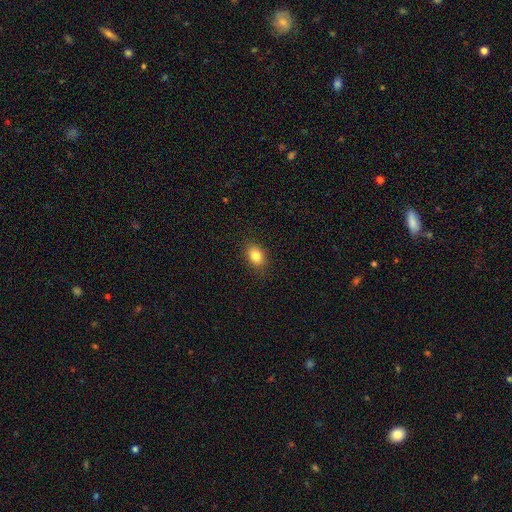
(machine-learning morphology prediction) A smooth galaxy with no disk features (84%) that is in between round and cigar-shaped (78%). Merging: none (87%).